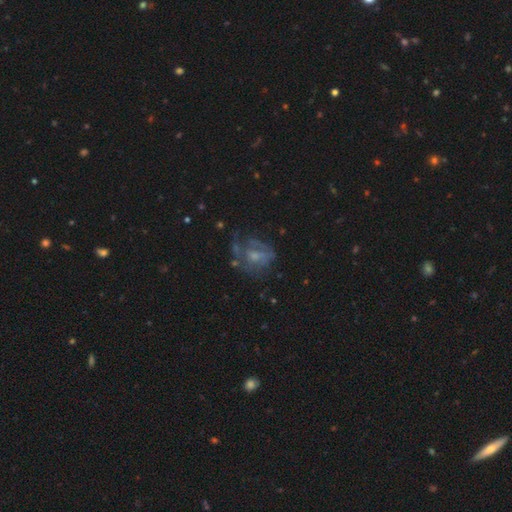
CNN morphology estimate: Q: Smooth or featured?
A: featured or disk (58%); runner-up: smooth (30%)
Q: Edge-on disk?
A: no (97%); runner-up: yes (3%)
Q: Bar?
A: no (66%); runner-up: weak (29%)
Q: Spiral arms?
A: no (53%); runner-up: yes (47%)
Q: Bulge size?
A: moderate (38%); runner-up: small (36%)
Q: Merging?
A: none (40%); runner-up: major disturbance (32%)